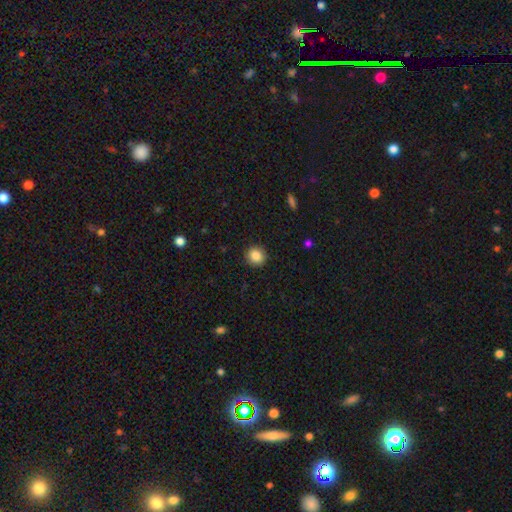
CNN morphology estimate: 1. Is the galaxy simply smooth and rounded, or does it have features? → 86% smooth, 9% star or artifact, 5% featured or disk.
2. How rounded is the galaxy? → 88% round, 11% in between, 1% cigar-shaped.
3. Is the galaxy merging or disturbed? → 89% none, 7% minor disturbance, 2% major disturbance, 1% merger.